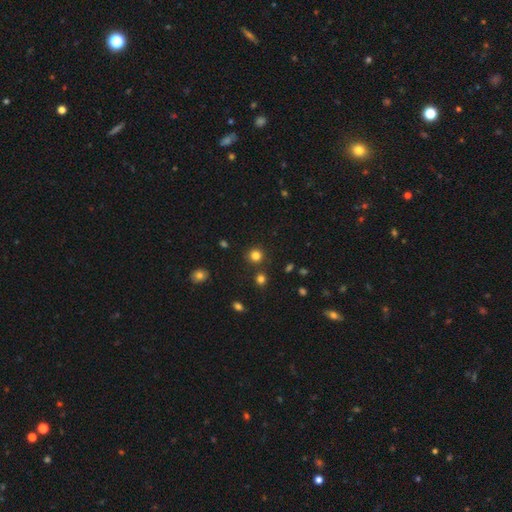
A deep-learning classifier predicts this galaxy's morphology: Overall: smooth (81%). How rounded: round (92%). Merging: none (85%).